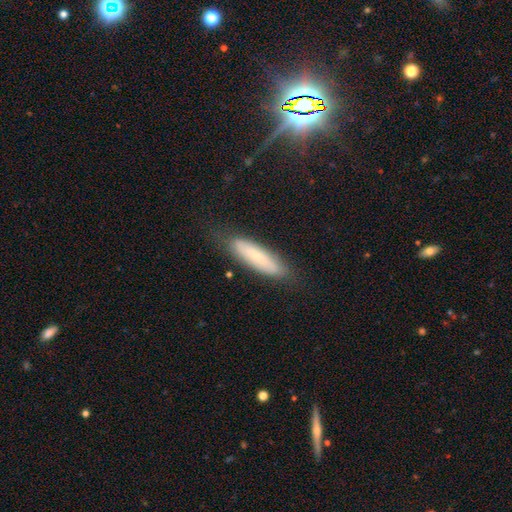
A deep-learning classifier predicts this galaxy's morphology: Smooth or featured? smooth (61%)
How rounded? cigar-shaped (68%)
Merging? none (78%)